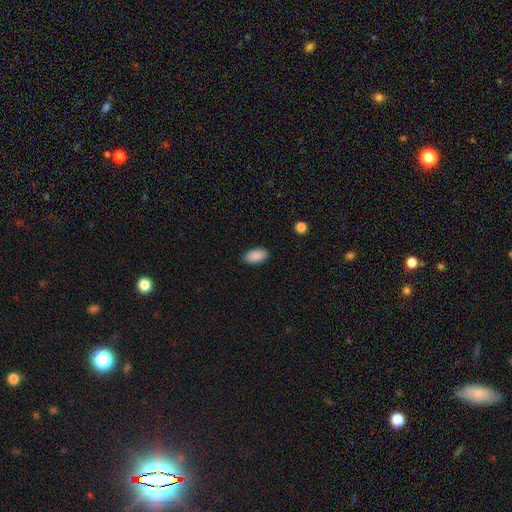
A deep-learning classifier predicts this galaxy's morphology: Smooth or featured: smooth — 90% (star or artifact — 7%)
How rounded: in between — 94% (cigar-shaped — 4%)
Merging: none — 89% (minor disturbance — 8%)